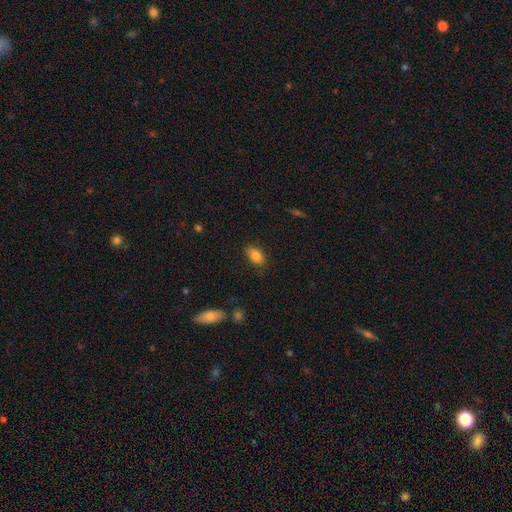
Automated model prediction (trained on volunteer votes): A smooth galaxy with no disk features (84%) that is in between round and cigar-shaped (90%). Merging: none (84%).